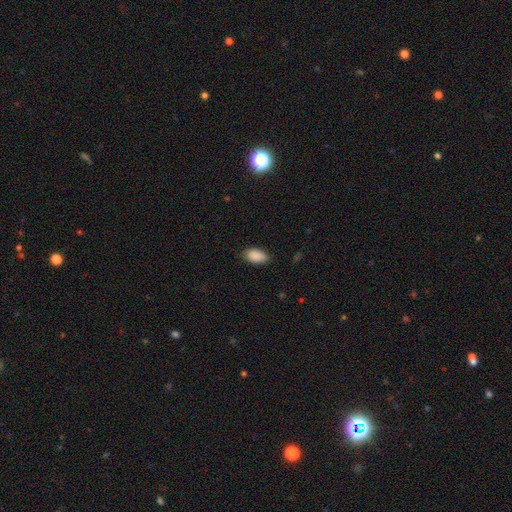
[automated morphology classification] smooth_or_featured: smooth (p=0.90) [alt: star or artifact p=0.07]
how_rounded: in between (p=0.93) [alt: round p=0.05]
merging: none (p=0.81) [alt: minor disturbance p=0.15]